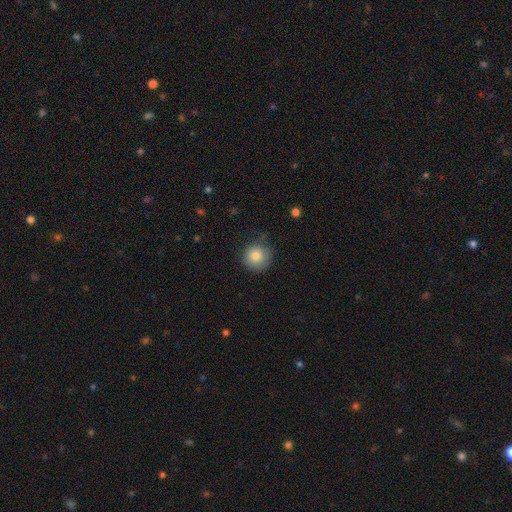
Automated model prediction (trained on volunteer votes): A smooth galaxy with no disk features (84%) that is round (94%). Merging: none (75%).